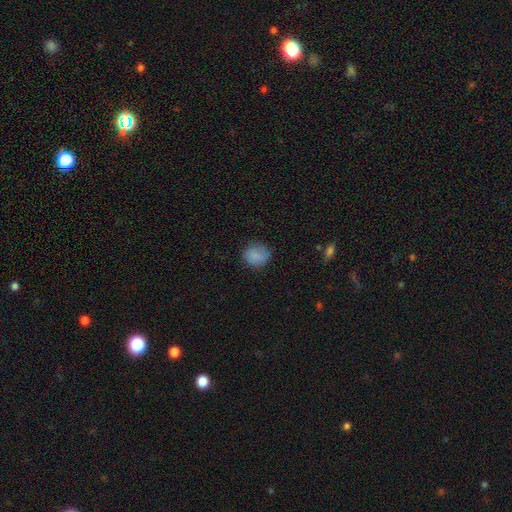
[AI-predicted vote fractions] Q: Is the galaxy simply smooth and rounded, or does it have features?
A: smooth — 85%.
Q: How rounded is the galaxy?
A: round — 80%.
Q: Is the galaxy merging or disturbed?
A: none — 80%.